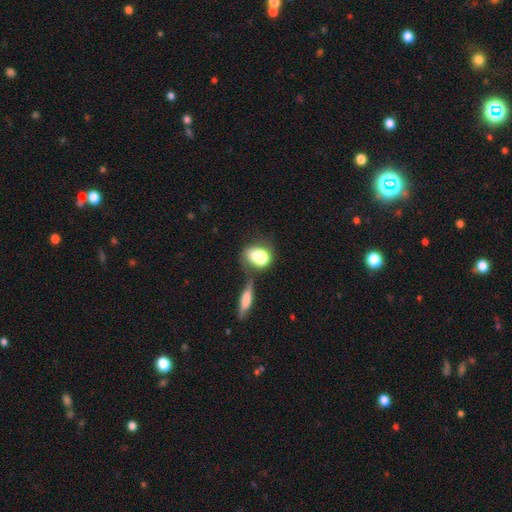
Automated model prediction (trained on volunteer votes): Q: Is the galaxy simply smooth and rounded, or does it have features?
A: smooth — 72%.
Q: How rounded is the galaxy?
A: in between — 55%.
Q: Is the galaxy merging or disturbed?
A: merger — 38%.